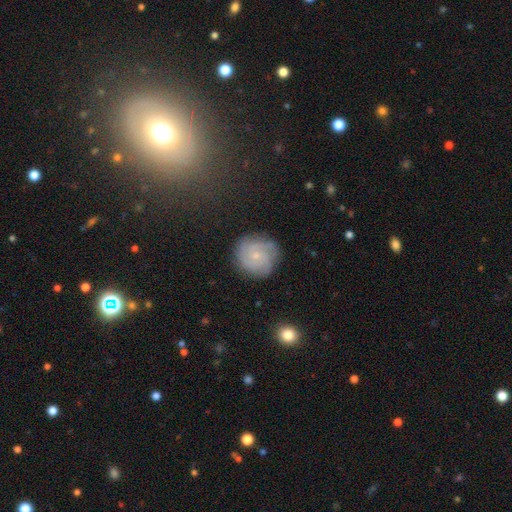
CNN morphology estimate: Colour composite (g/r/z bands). It shows a featured or disk galaxy (78%) with no bar (74%), 3 (36%) tight (67%) spiral arms (97%) and a small central bulge (79%). Merging: none (82%).